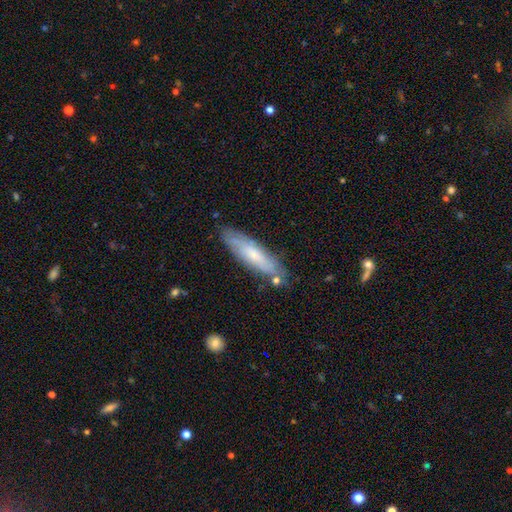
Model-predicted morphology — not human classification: Overall: smooth (56%; featured or disk 37%). How rounded: cigar-shaped (72%). Merging: none (79%).